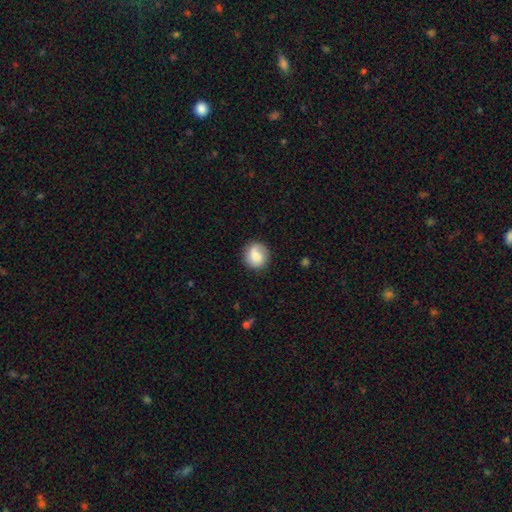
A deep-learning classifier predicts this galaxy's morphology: The model was most divided on "smooth or featured": smooth: 68%, featured or disk: 25%, star or artifact: 8%. More confident: how rounded — round (89%); merging — none (81%).